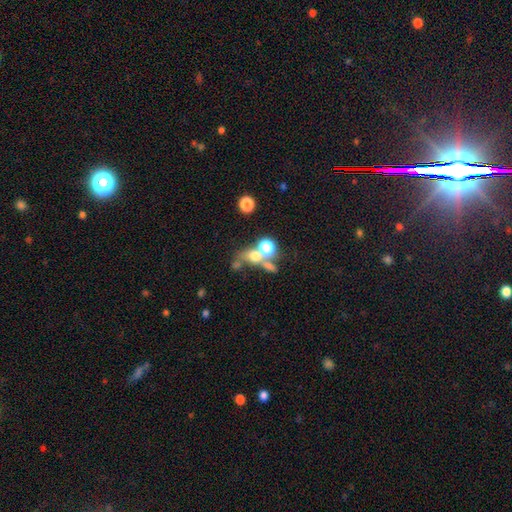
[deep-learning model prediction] This is possibly a smooth galaxy (57%). How rounded: possibly round (60%). Merging: possibly merger (51%).